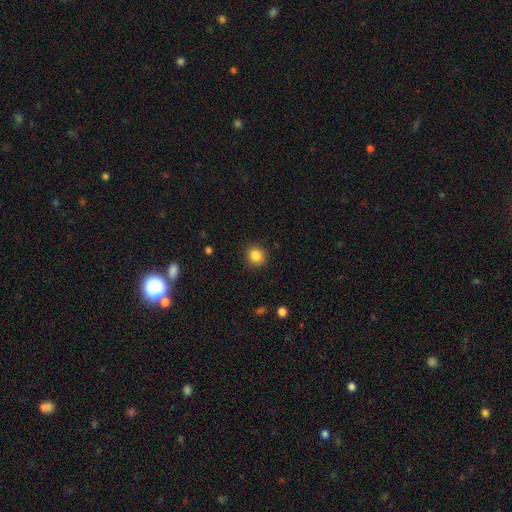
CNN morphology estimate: smooth_or_featured: smooth (p=0.85) [alt: star or artifact p=0.10]
how_rounded: round (p=0.83) [alt: in between p=0.16]
merging: none (p=0.89) [alt: minor disturbance p=0.08]